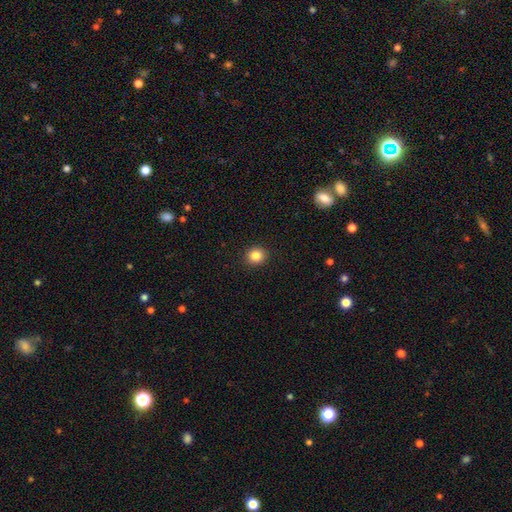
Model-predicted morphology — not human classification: This is clearly a smooth galaxy (85%). How rounded: clearly round (85%). Merging: clearly none (92%).